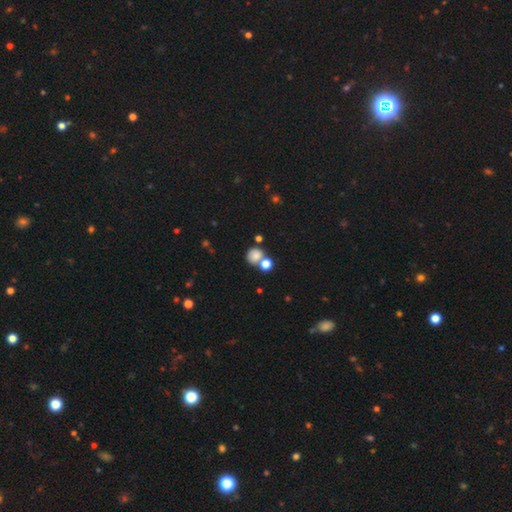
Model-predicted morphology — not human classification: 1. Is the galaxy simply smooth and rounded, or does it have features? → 78% smooth, 12% star or artifact, 10% featured or disk.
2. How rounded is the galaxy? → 80% round, 19% in between, 1% cigar-shaped.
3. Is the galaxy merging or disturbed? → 52% none, 33% merger, 11% minor disturbance, 5% major disturbance.